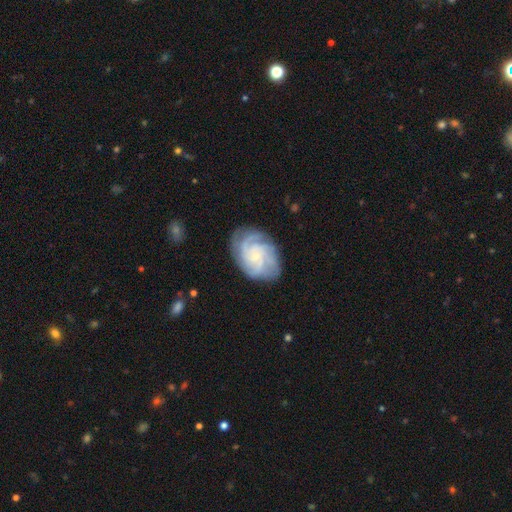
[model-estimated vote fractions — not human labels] Morphology: type=featured or disk (82%); edge-on=no (97%); bar=no (75%); spiral arms=yes (96%); winding=tight (62%); arm count=4 (32%); bulge=small (79%); merging=none (75%).